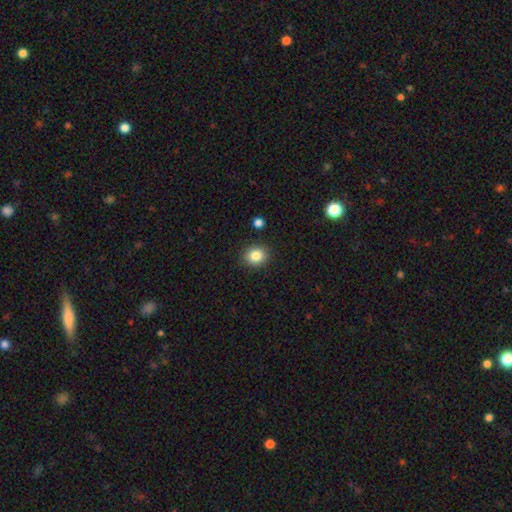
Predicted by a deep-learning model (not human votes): Morphology: type=smooth (83%); roundness=round (75%); merging=none (89%).